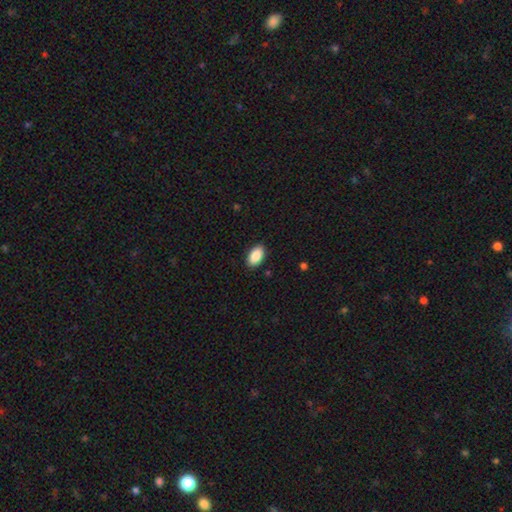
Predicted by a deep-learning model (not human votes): Overall: smooth (90%). How rounded: in between (94%). Merging: none (89%).